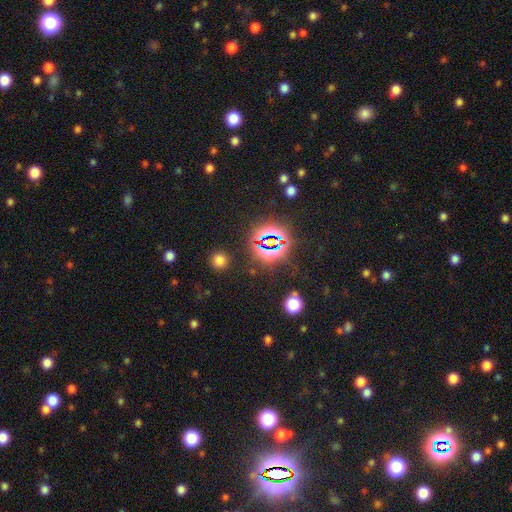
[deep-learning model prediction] Smooth or featured: star or artifact — 81% (smooth — 12%)